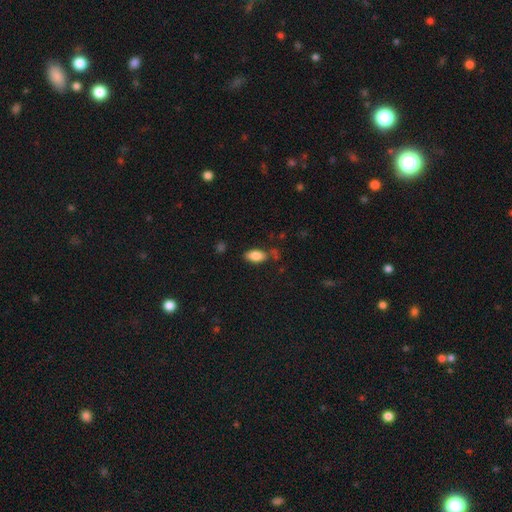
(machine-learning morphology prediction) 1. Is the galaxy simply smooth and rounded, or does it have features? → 85% smooth, 8% star or artifact, 7% featured or disk.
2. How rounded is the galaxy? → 90% in between, 6% cigar-shaped, 3% round.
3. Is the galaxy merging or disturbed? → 73% none, 17% minor disturbance, 5% merger, 5% major disturbance.